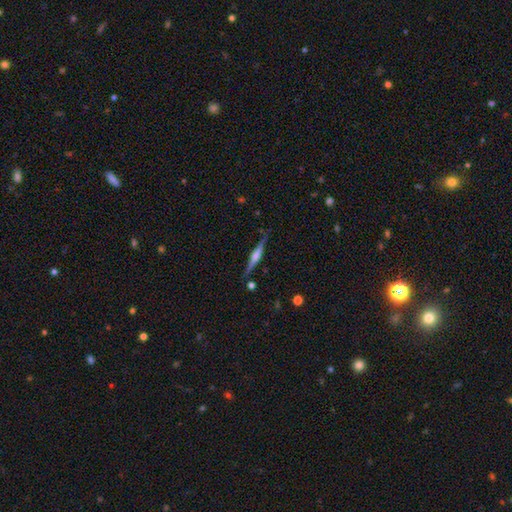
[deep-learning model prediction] This appears to be a featured or disk galaxy (76%) viewed edge-on (98%) with a rounded central bulge (75%). Merging: none (86%).